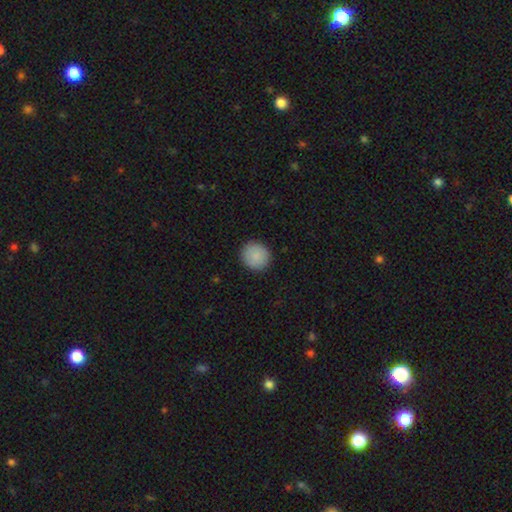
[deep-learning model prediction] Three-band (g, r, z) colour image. It shows a smooth galaxy with no disk features (89%) that is round (92%). Merging: none (91%).